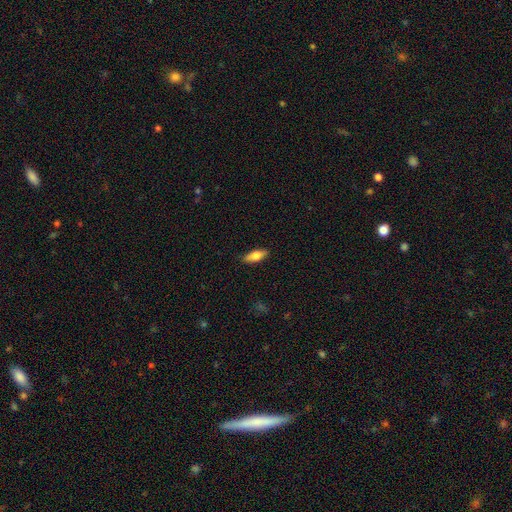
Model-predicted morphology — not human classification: Overall: smooth (71%). How rounded: in between (69%). Merging: none (86%).